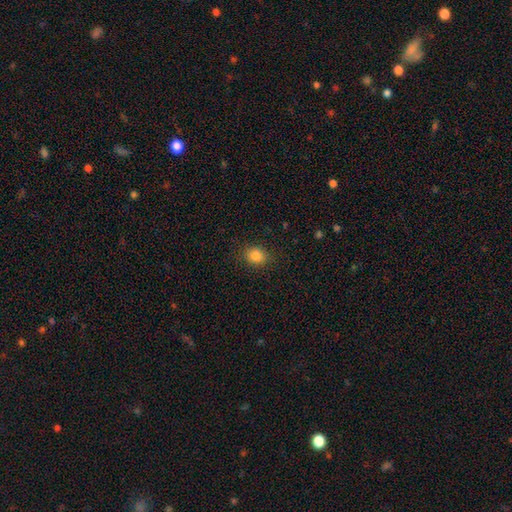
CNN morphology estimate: Q: Smooth or featured?
A: smooth (85%); runner-up: star or artifact (11%)
Q: How rounded?
A: round (58%); runner-up: in between (41%)
Q: Merging?
A: none (88%); runner-up: minor disturbance (9%)